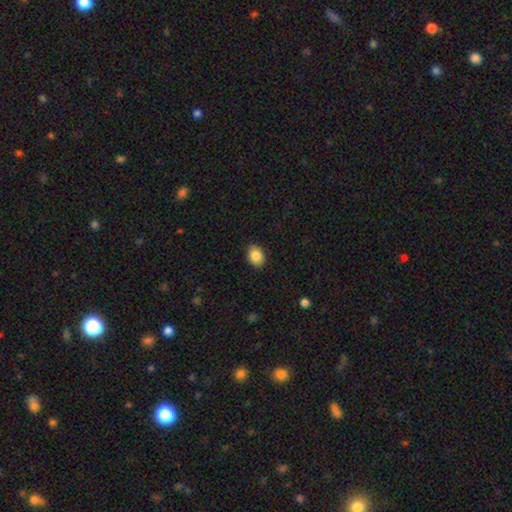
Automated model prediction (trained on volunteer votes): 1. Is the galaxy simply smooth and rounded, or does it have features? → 87% smooth, 8% star or artifact, 5% featured or disk.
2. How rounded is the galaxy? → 61% in between, 38% round, 1% cigar-shaped.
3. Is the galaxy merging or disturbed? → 86% none, 11% minor disturbance, 2% major disturbance, 1% merger.